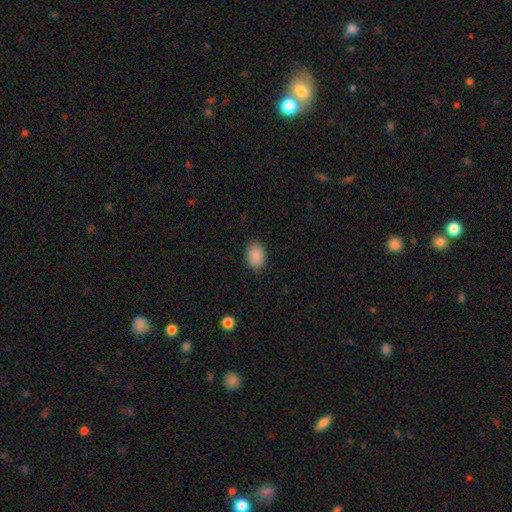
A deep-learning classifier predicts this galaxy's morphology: smooth 89%, star or artifact 7%, featured or disk 4%. Down the decision tree: how rounded — in between (78%); merging — none (89%).